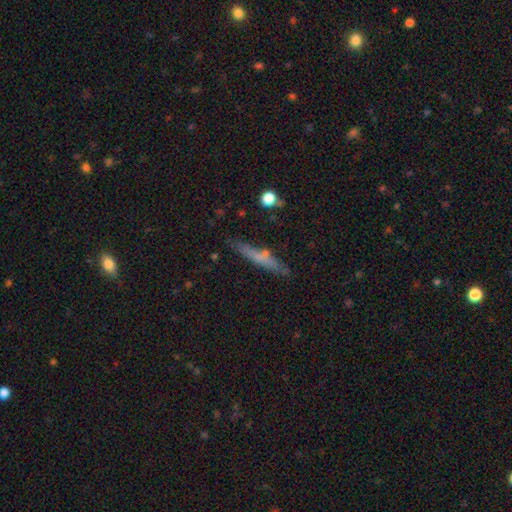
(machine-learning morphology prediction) This appears to be a smooth galaxy with no disk features (54%) that is cigar-shaped (92%). Merging: none (79%).